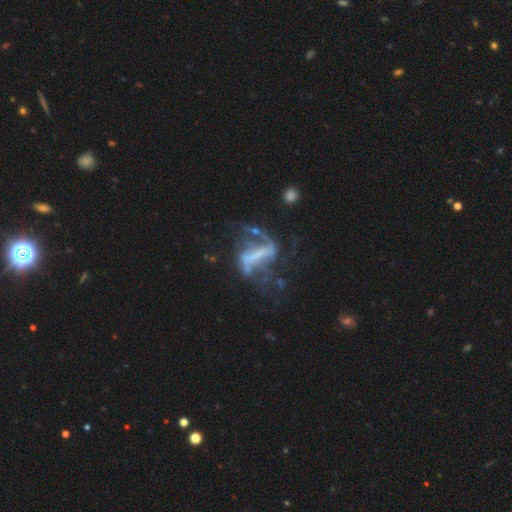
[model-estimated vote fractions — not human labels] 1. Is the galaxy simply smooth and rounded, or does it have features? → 75% featured or disk, 14% smooth, 11% star or artifact.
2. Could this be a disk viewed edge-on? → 92% no, 8% yes.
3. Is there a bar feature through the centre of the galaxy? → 66% strong, 19% weak, 15% no.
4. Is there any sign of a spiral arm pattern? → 68% yes, 32% no.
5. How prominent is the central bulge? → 56% none, 20% small, 15% moderate, 7% large, 2% dominant.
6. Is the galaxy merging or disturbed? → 36% none (tied), 36% major disturbance (tied), 17% minor disturbance, 11% merger.